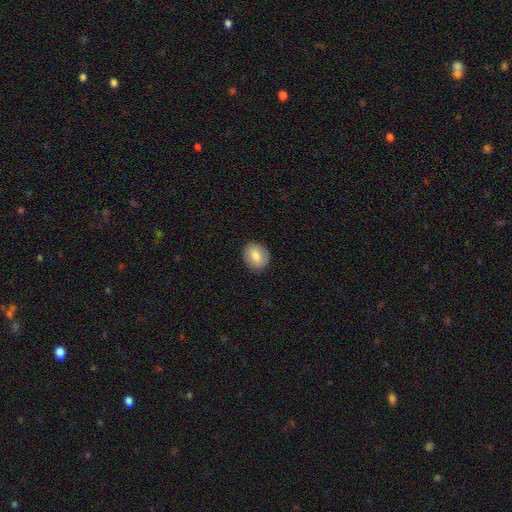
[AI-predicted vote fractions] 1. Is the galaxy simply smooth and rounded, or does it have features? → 78% smooth, 15% featured or disk, 8% star or artifact.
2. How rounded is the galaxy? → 63% round, 35% in between, 1% cigar-shaped.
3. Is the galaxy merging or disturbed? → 88% none, 9% minor disturbance, 2% major disturbance, 1% merger.